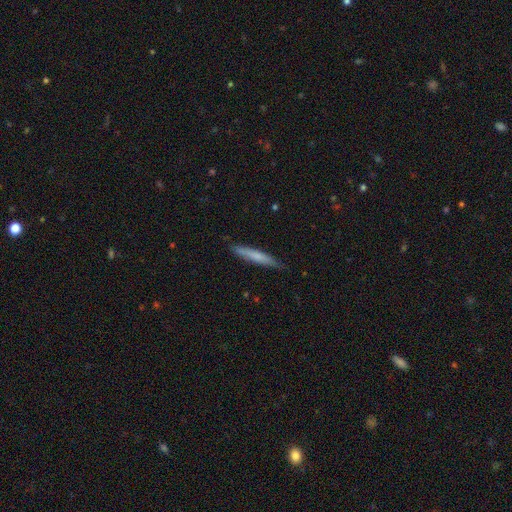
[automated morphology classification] This is likely a smooth galaxy (64%). How rounded: clearly cigar-shaped (94%). Merging: clearly none (85%).